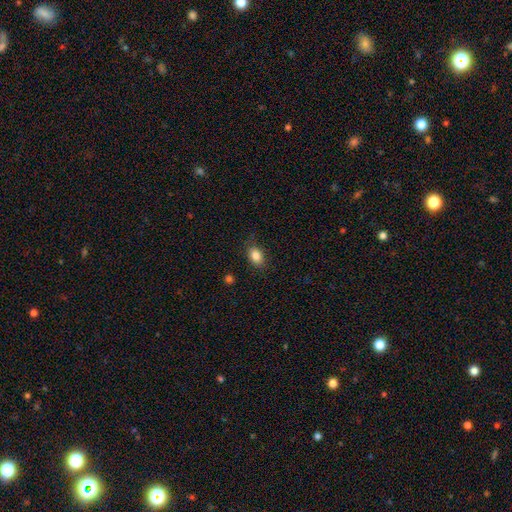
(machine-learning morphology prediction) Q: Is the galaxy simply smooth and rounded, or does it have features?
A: smooth — 85%.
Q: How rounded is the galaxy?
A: in between — 78%.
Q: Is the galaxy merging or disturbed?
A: none — 83%.